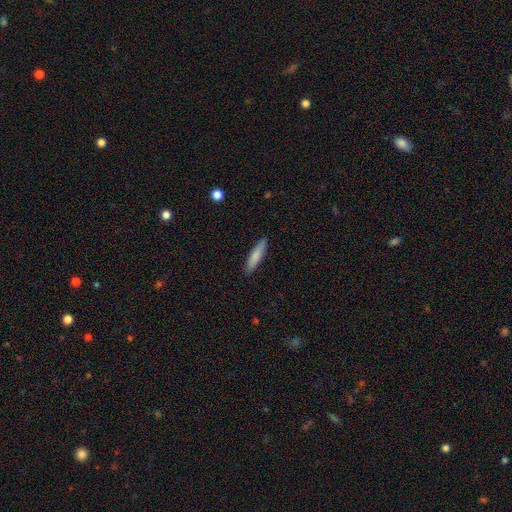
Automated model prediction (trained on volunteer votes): Q: Smooth or featured?
A: smooth (81%); runner-up: featured or disk (14%)
Q: How rounded?
A: cigar-shaped (83%); runner-up: in between (16%)
Q: Merging?
A: none (89%); runner-up: minor disturbance (8%)